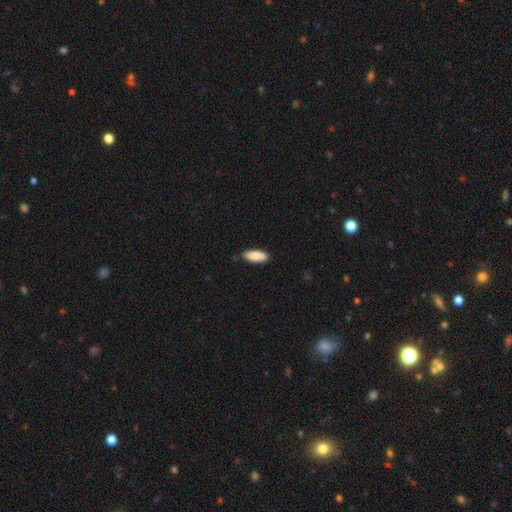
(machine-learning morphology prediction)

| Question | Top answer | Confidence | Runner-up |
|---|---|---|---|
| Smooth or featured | smooth | 84% | featured or disk (11%) |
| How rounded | in between | 76% | cigar-shaped (23%) |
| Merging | none | 81% | minor disturbance (16%) |